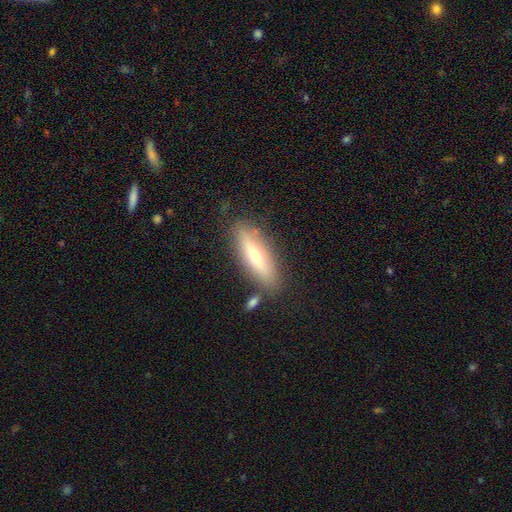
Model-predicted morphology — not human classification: Smooth or featured? smooth (48%)
Merging? none (81%)